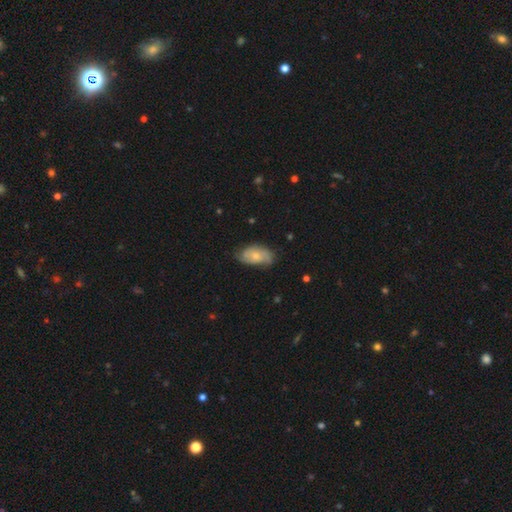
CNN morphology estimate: Smooth or featured? Predicted: featured or disk (p=0.48). Merging? Predicted: none (p=0.56).